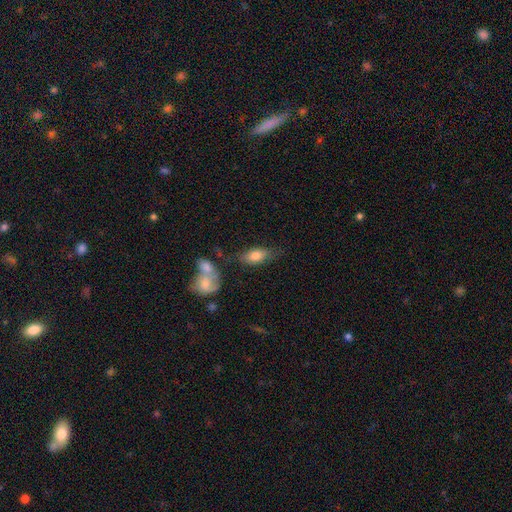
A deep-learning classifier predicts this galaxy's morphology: Smooth or featured?
  - smooth: 76% *
  - featured or disk: 17%
  - star or artifact: 7%
How rounded?
  - in between: 85% *
  - cigar-shaped: 10%
  - round: 5%
Merging?
  - none: 64% *
  - minor disturbance: 20%
  - merger: 10%
  - major disturbance: 7%